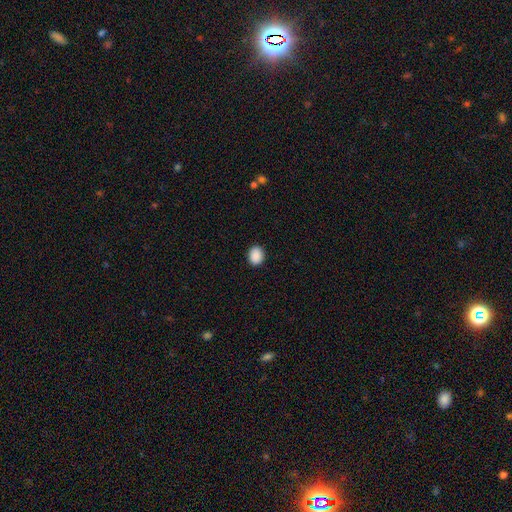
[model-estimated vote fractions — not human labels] Smooth or featured? Predicted: smooth (p=0.90). How rounded? Predicted: round (p=0.56). Merging? Predicted: none (p=0.91).